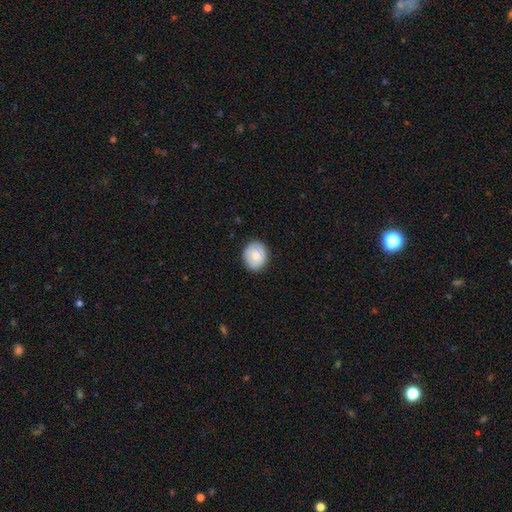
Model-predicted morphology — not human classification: A smooth galaxy with no disk features (81%) that is round (72%). Merging: none (86%).